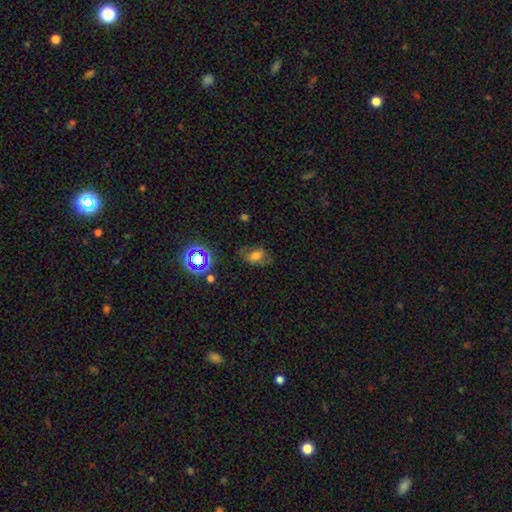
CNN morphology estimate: Smooth or featured: smooth — 56% (featured or disk — 24%)
How rounded: in between — 80% (round — 17%)
Merging: none — 64% (minor disturbance — 22%)